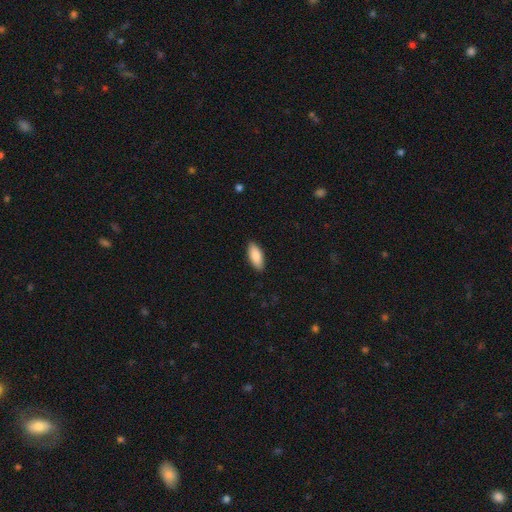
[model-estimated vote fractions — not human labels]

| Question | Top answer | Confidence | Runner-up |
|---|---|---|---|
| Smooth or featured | smooth | 88% | featured or disk (6%) |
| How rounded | in between | 83% | cigar-shaped (15%) |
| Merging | none | 89% | minor disturbance (8%) |